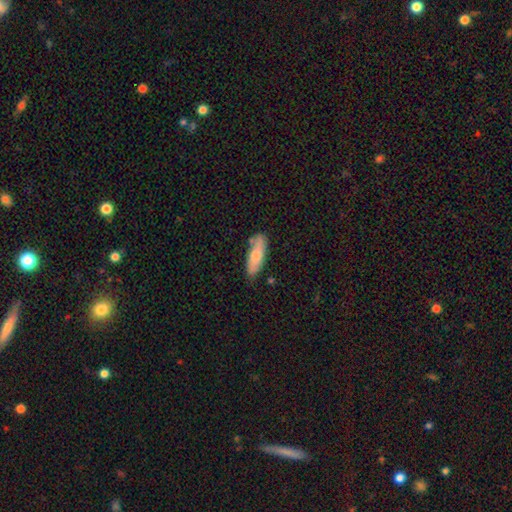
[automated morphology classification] A smooth galaxy with no disk features (68%) that is in between round and cigar-shaped (58%).

Vote fractions:
- Smooth or featured? smooth: 68% / featured or disk: 26% / star or artifact: 6%
- How rounded? in between: 58% / cigar-shaped: 40% / round: 2%
- Merging? none: 72% / minor disturbance: 19% / merger: 5% / major disturbance: 4%